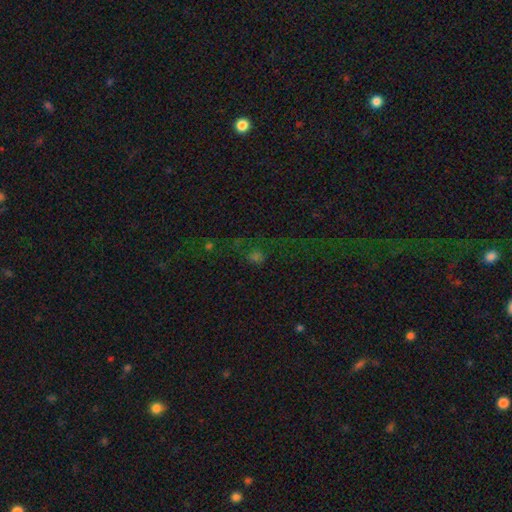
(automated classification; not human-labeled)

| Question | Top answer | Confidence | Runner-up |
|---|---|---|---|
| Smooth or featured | star or artifact | 49% | smooth (38%) |